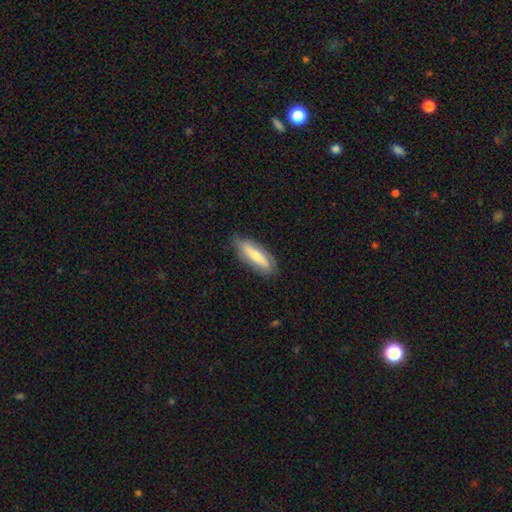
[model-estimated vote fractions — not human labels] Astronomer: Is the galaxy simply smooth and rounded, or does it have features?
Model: smooth — 60%.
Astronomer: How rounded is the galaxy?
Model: cigar-shaped — 57% (runner-up: in between, 42%).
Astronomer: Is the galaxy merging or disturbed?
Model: none — 78%.